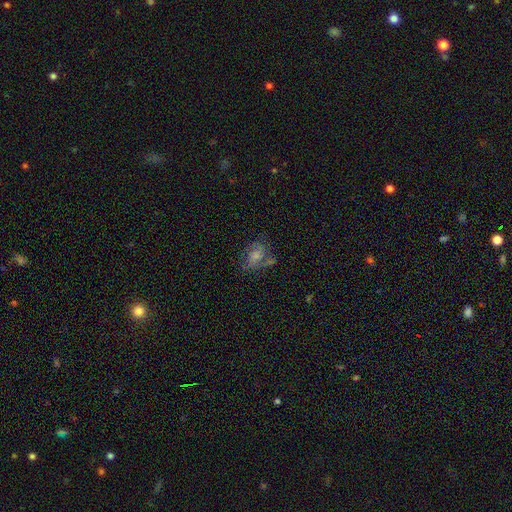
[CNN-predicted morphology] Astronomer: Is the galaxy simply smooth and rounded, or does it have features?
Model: featured or disk — 61%.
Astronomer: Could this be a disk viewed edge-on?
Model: no — 97%.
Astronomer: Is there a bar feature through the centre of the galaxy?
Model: no — 54% (runner-up: weak, 37%).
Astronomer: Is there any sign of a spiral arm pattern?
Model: yes — 86%.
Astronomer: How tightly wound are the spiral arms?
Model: medium — 48% (runner-up: tight, 34%).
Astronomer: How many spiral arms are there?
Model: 2 — 62%.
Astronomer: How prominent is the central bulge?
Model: moderate — 47% (runner-up: small, 33%).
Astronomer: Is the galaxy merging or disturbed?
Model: none — 64%.